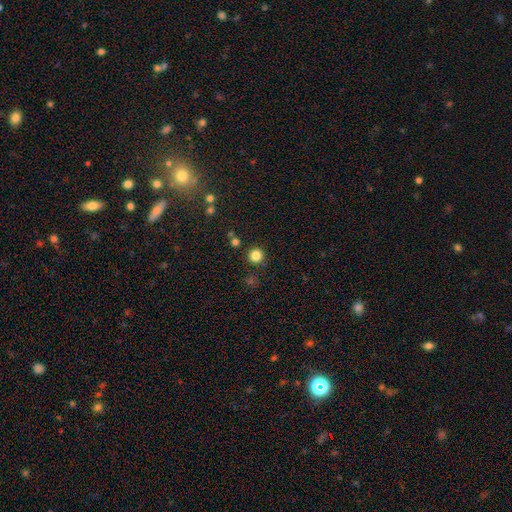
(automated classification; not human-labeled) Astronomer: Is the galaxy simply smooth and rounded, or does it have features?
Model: smooth — 83%.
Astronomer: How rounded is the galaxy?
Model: round — 95%.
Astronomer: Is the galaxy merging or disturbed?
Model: none — 89%.